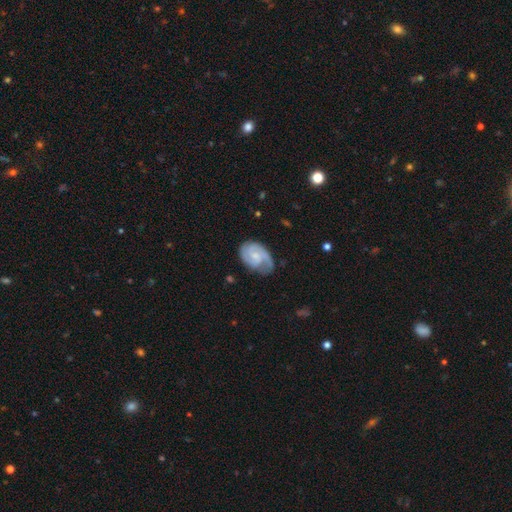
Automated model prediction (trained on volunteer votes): smooth_or_featured: featured or disk (p=0.74) [alt: smooth p=0.20]
disk_edge_on: no (p=0.98) [alt: yes p=0.02]
bar: no (p=0.57) [alt: weak p=0.39]
has_spiral_arms: yes (p=0.94) [alt: no p=0.06]
spiral_winding: medium (p=0.44) [alt: tight p=0.42]
spiral_arm_count: 2 (p=0.56) [alt: can't tell p=0.15]
bulge_size: small (p=0.50) [alt: moderate p=0.33]
merging: none (p=0.57) [alt: minor disturbance p=0.30]